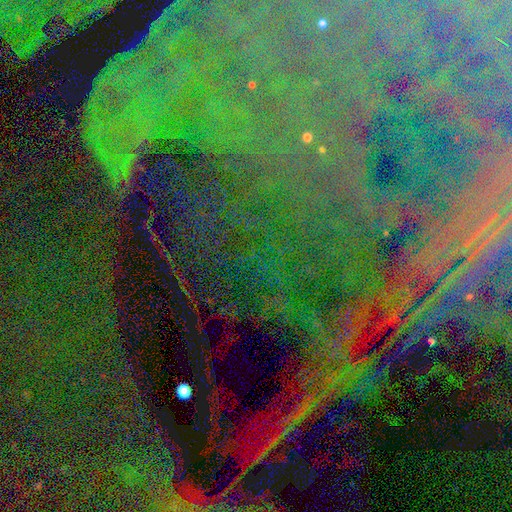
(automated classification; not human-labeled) star or artifact 82%, featured or disk 10%, smooth 8%.